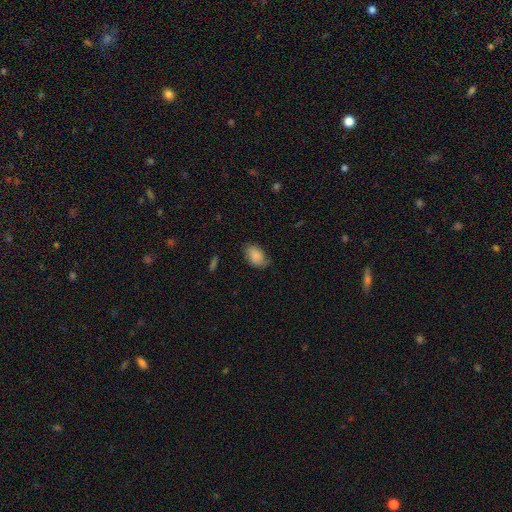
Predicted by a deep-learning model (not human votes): The model was most divided on "merging": none: 65%, minor disturbance: 27%, major disturbance: 6%, merger: 1%. More confident: how rounded — in between (87%); smooth or featured — smooth (82%).